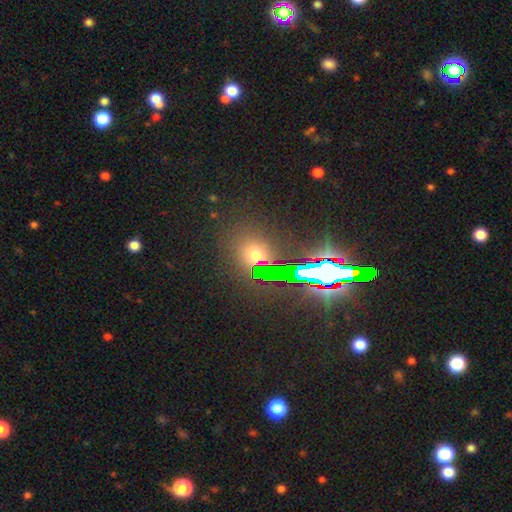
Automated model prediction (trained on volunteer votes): A smooth galaxy with no disk features (55%) that is round (70%).

Vote fractions:
- Smooth or featured? smooth: 55% / star or artifact: 36% / featured or disk: 9%
- How rounded? round: 70% / in between: 28% / cigar-shaped: 2%
- Merging? none: 80% / minor disturbance: 10% / major disturbance: 5% / merger: 5%